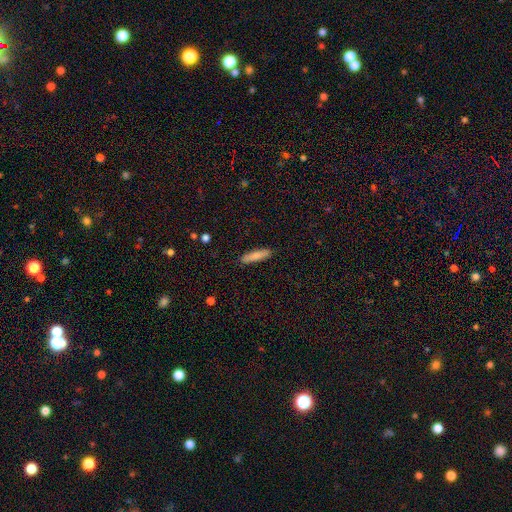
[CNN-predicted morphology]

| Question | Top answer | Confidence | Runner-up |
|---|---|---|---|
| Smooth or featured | smooth | 82% | featured or disk (13%) |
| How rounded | cigar-shaped | 82% | in between (17%) |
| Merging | none | 89% | minor disturbance (8%) |